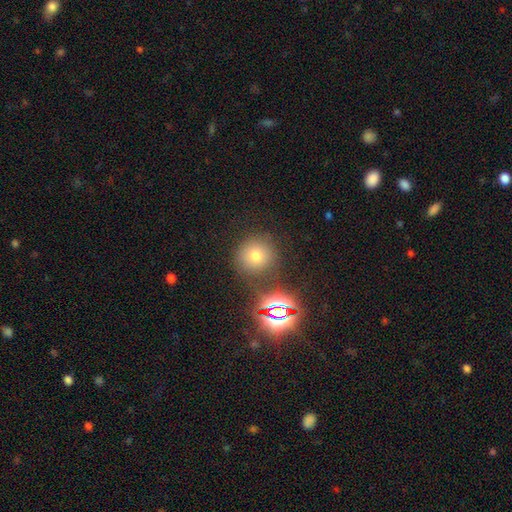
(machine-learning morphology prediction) smooth_or_featured: smooth (p=0.66) [alt: star or artifact p=0.24]
how_rounded: round (p=0.93) [alt: in between p=0.06]
merging: none (p=0.82) [alt: minor disturbance p=0.09]